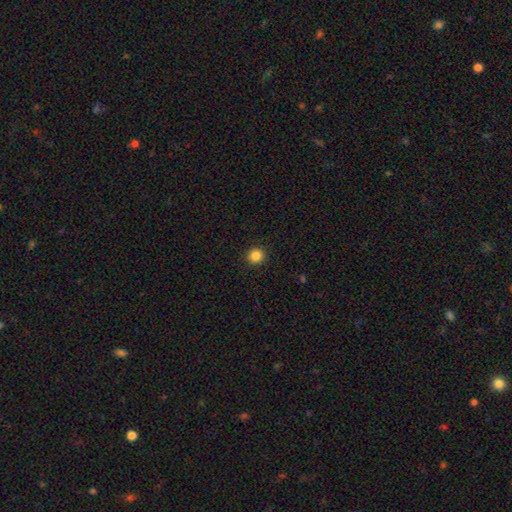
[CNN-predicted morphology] smooth-or-featured: smooth: 85% | star or artifact: 11% | featured or disk: 4%
  how-rounded: round: 92% | in between: 7% | cigar-shaped: 1%
  merging: none: 93% | minor disturbance: 5% | major disturbance: 2% | merger: 1%